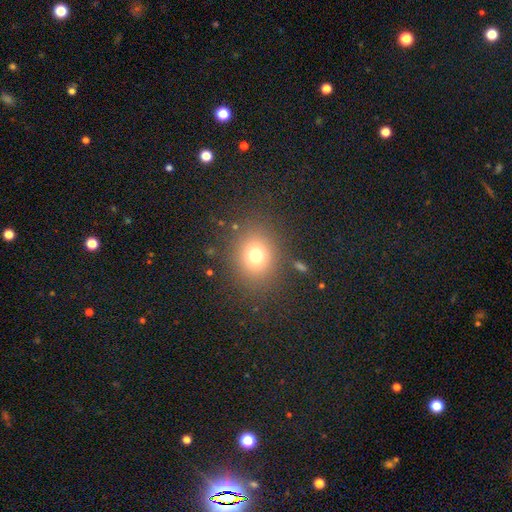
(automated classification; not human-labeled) Smooth or featured: smooth — 73% (star or artifact — 17%)
How rounded: round — 72% (in between — 27%)
Merging: none — 84% (minor disturbance — 9%)